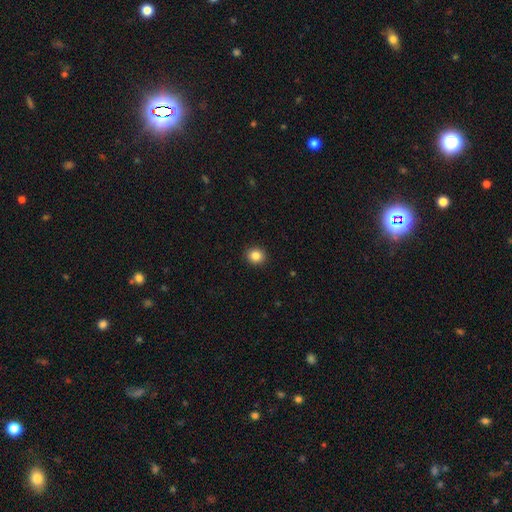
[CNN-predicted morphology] type=smooth (85%); roundness=round (83%); merging=none (92%).